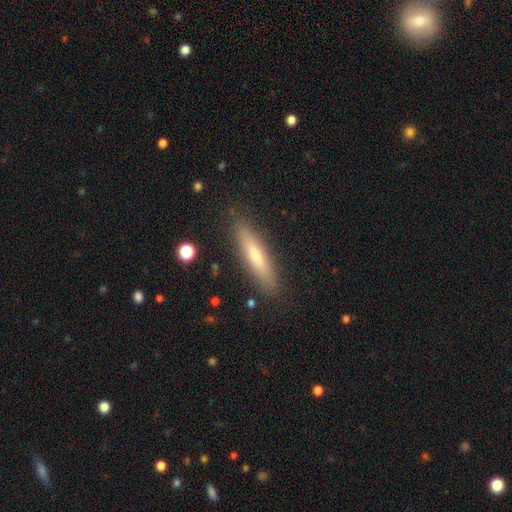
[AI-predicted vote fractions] smooth-or-featured: smooth: 64% | featured or disk: 30% | star or artifact: 6%
  how-rounded: cigar-shaped: 83% | in between: 15% | round: 1%
  merging: none: 87% | minor disturbance: 9% | major disturbance: 2% | merger: 1%